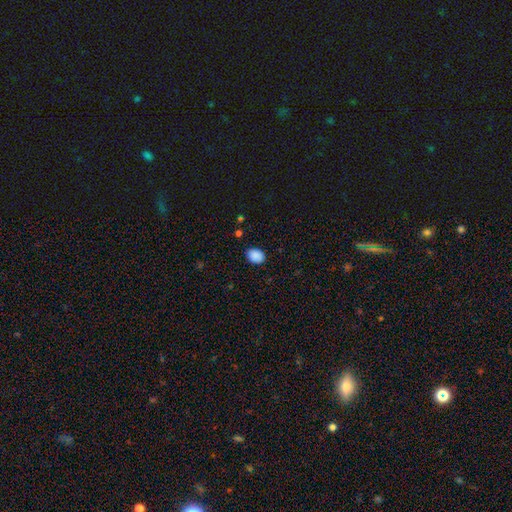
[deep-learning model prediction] smooth-or-featured: smooth: 89% | star or artifact: 8% | featured or disk: 3%
  how-rounded: in between: 71% | round: 28% | cigar-shaped: 1%
  merging: none: 87% | minor disturbance: 10% | major disturbance: 2% | merger: 1%